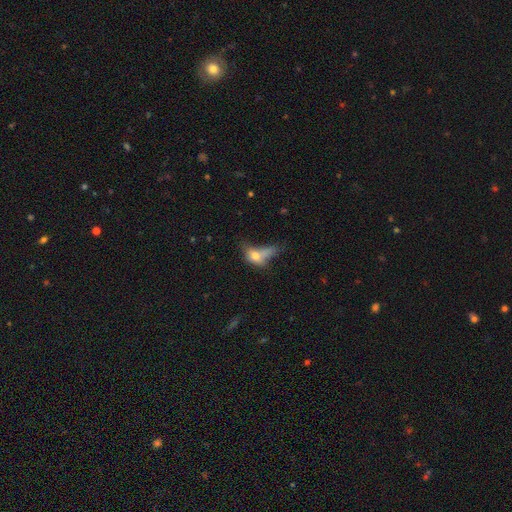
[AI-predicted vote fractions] Q: Smooth or featured?
A: smooth (63%); runner-up: featured or disk (25%)
Q: How rounded?
A: in between (72%); runner-up: round (20%)
Q: Merging?
A: major disturbance (42%); runner-up: merger (20%)